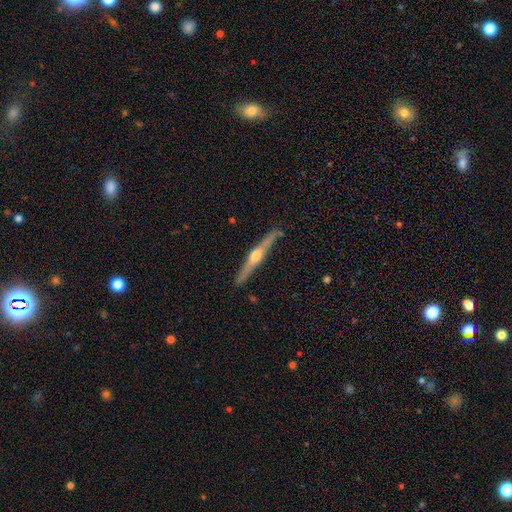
This appears to be a featured or disk galaxy (81%) viewed edge-on (100%) with a rounded central bulge (87%). Merging: none (81%).